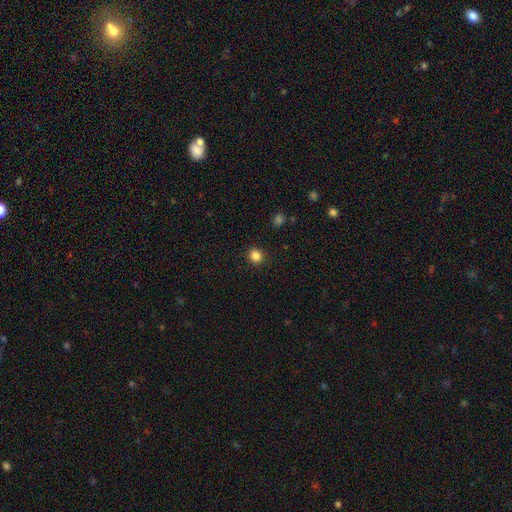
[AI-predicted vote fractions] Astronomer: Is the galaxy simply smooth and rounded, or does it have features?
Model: smooth — 85%.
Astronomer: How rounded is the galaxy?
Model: round — 82%.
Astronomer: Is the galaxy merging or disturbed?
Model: none — 91%.